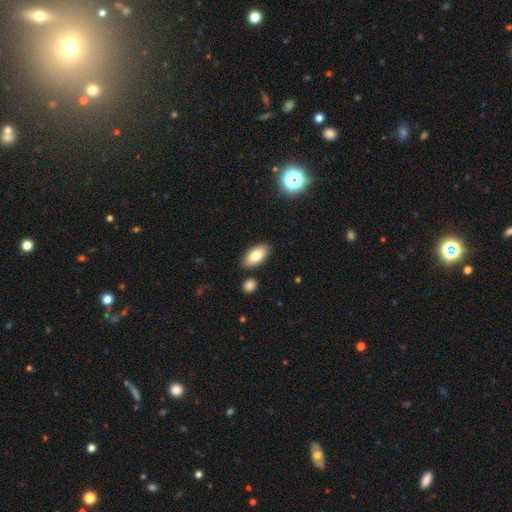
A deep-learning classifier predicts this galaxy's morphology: A smooth galaxy with no disk features (79%) that is in between round and cigar-shaped (93%).

Vote fractions:
- Smooth or featured? smooth: 79% / featured or disk: 13% / star or artifact: 8%
- How rounded? in between: 93% / cigar-shaped: 4% / round: 3%
- Merging? none: 87% / minor disturbance: 8% / merger: 3% / major disturbance: 2%